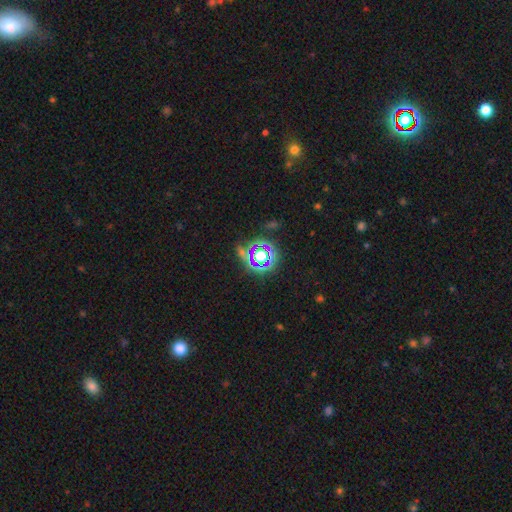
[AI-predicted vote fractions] Smooth or featured?
  - star or artifact: 76% *
  - smooth: 16%
  - featured or disk: 9%